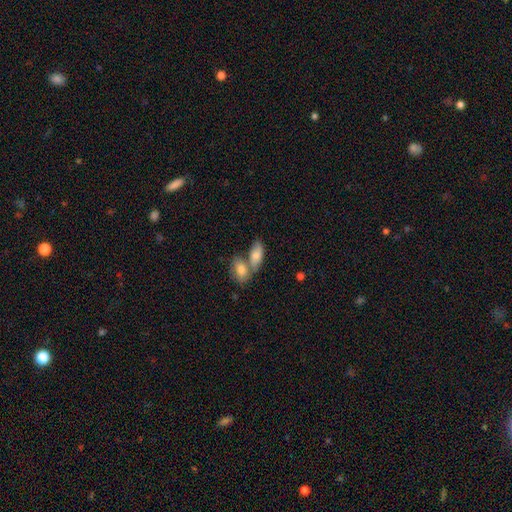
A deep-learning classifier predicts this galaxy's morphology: Smooth or featured: smooth — 77% (featured or disk — 16%)
How rounded: in between — 85% (cigar-shaped — 11%)
Merging: merger — 52% (none — 35%)